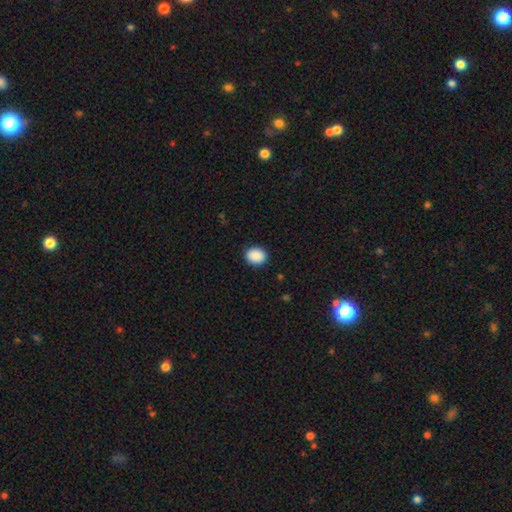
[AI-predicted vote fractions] smooth 90%, star or artifact 8%, featured or disk 2%. Down the decision tree: how rounded — in between (50%); merging — none (90%).